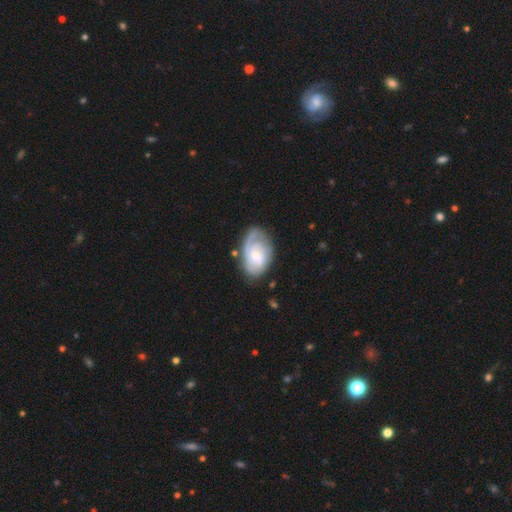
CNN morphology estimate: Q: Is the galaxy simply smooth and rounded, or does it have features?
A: featured or disk — 76%.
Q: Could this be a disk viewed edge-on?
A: no — 97%.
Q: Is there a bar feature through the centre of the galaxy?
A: no — 63%.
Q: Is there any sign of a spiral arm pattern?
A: yes — 92%.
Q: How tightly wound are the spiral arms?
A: tight — 57%.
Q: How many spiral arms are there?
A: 2 — 40%.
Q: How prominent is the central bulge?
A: small — 48%.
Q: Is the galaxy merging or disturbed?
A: none — 65%.